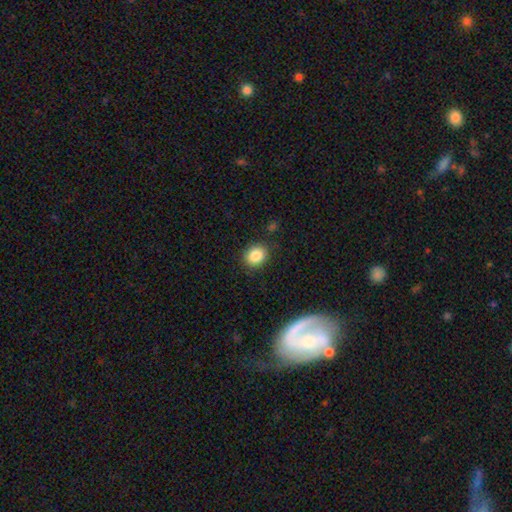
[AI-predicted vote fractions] A smooth galaxy with no disk features (85%) that is round (64%).

Vote fractions:
- Smooth or featured? smooth: 85% / star or artifact: 10% / featured or disk: 6%
- How rounded? round: 64% / in between: 35% / cigar-shaped: 1%
- Merging? none: 85% / minor disturbance: 10% / major disturbance: 3% / merger: 2%